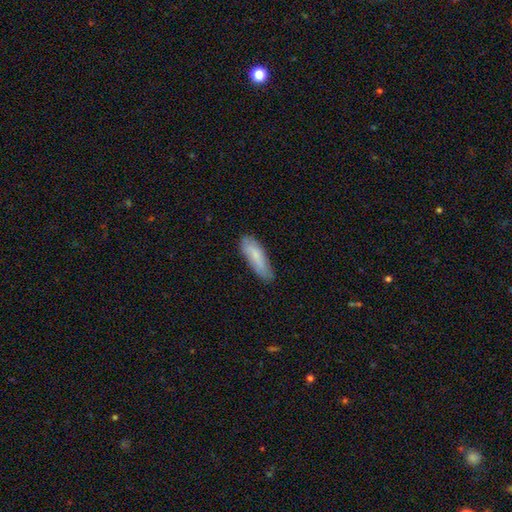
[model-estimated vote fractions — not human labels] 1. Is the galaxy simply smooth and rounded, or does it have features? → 74% smooth, 20% featured or disk, 6% star or artifact.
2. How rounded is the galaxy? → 54% in between, 45% cigar-shaped, 2% round.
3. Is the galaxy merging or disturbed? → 73% none, 22% minor disturbance, 4% major disturbance, 1% merger.